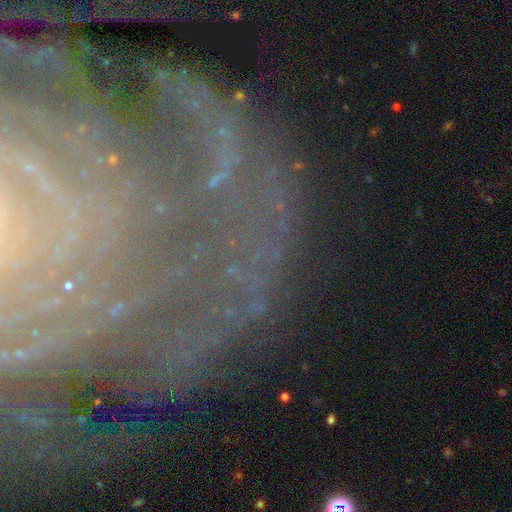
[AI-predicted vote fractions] Morphology: type=featured or disk (61%); edge-on=no (85%); bar=no (45%); spiral arms=yes (83%); bulge=small (54%); merging=none (72%).